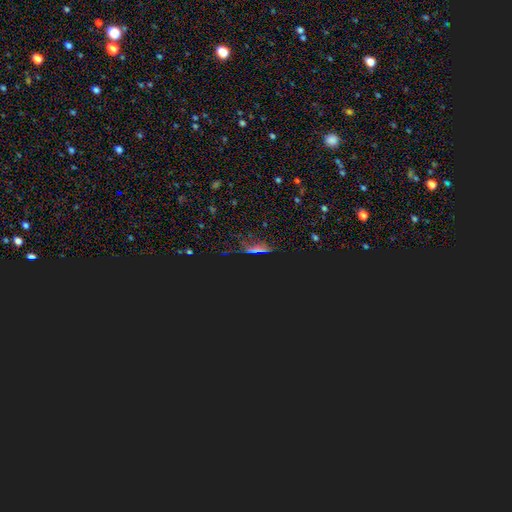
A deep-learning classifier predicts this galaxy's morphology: Smooth or featured? Predicted: star or artifact (p=0.67).